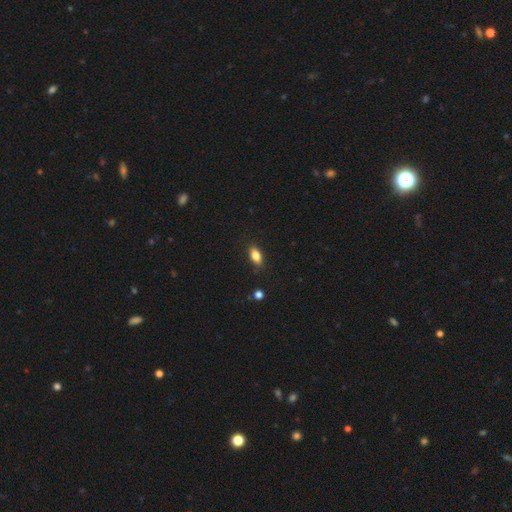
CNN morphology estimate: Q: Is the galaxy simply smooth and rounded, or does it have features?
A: smooth — 81%.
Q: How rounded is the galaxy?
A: in between — 86%.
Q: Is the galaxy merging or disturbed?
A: none — 85%.